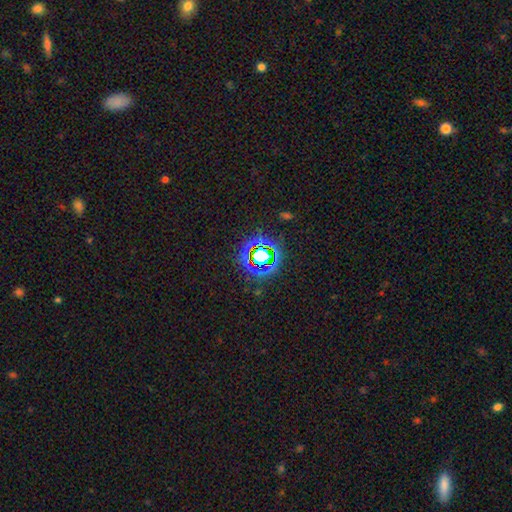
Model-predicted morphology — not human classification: Smooth or featured?
  - star or artifact: 75% *
  - smooth: 16%
  - featured or disk: 9%